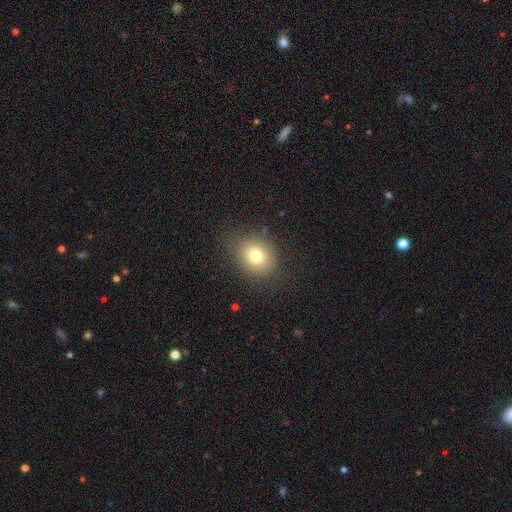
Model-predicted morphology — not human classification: Smooth or featured? smooth (75%)
How rounded? round (63%)
Merging? none (83%)